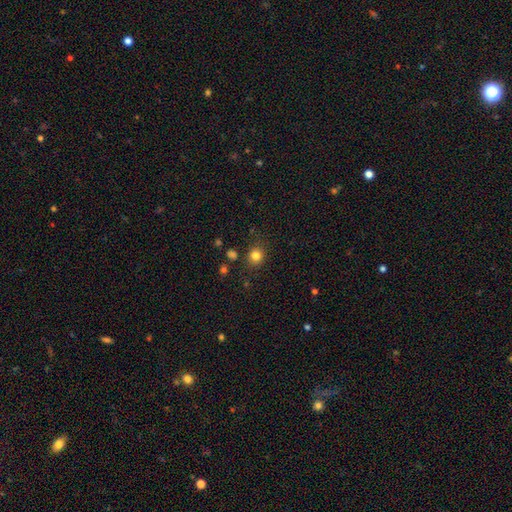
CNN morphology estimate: Smooth or featured?
  - smooth: 81% *
  - star or artifact: 13%
  - featured or disk: 5%
How rounded?
  - round: 81% *
  - in between: 18%
  - cigar-shaped: 1%
Merging?
  - none: 85% *
  - minor disturbance: 10%
  - major disturbance: 3%
  - merger: 3%